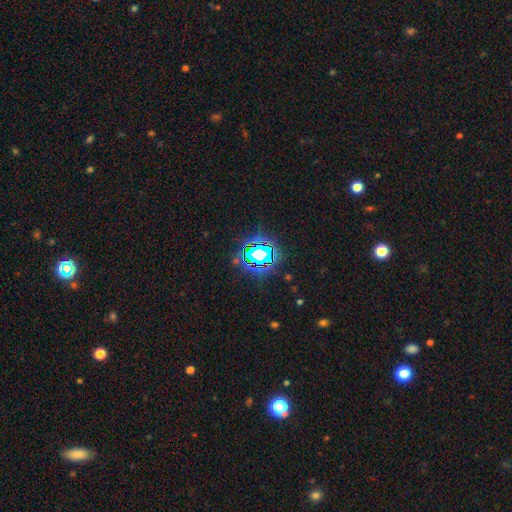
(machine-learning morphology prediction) smooth_or_featured: star or artifact (p=0.67) [alt: smooth p=0.20]